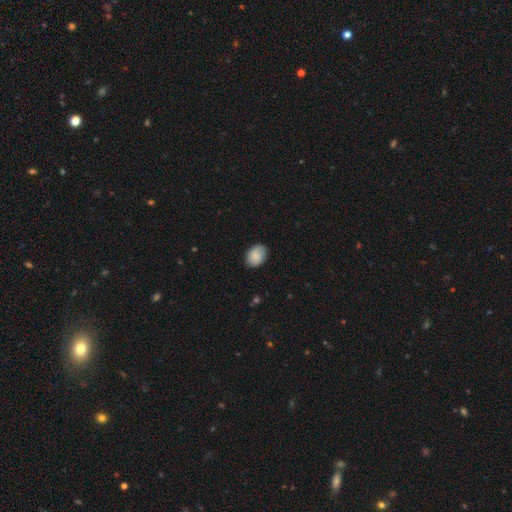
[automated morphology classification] smooth-or-featured: smooth: 82% | featured or disk: 11% | star or artifact: 7%
  how-rounded: in between: 72% | round: 27% | cigar-shaped: 1%
  merging: none: 82% | minor disturbance: 14% | major disturbance: 3% | merger: 1%